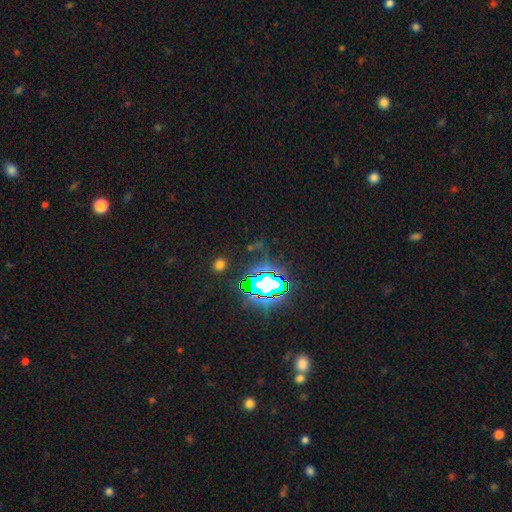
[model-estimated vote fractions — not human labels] A star or artifact, not a galaxy (83%).

Vote fractions:
- Smooth or featured? star or artifact: 83% / smooth: 10% / featured or disk: 7%